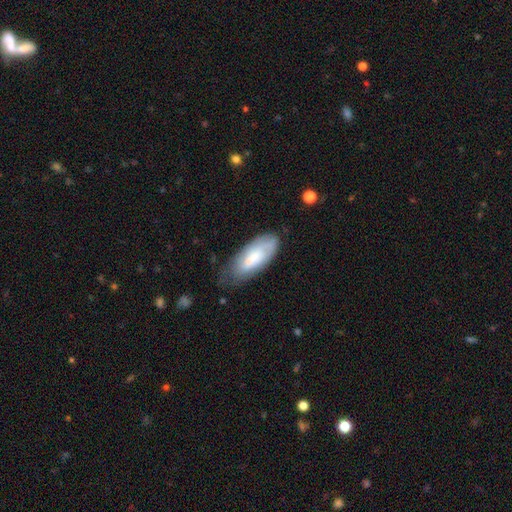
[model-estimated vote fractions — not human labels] This appears to be a smooth galaxy with no disk features (58%) that is in between round and cigar-shaped (80%). Merging: none (58%).